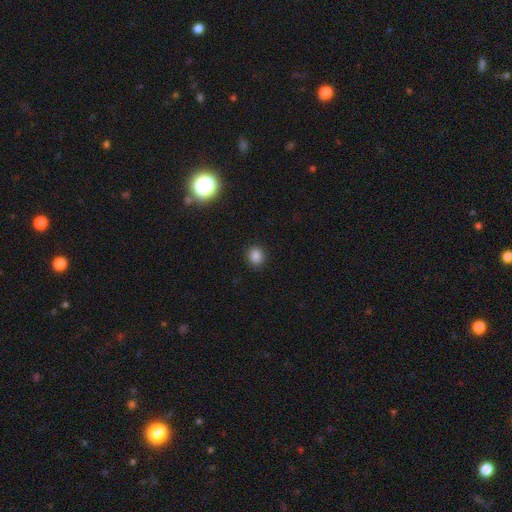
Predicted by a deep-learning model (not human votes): The model was most divided on "how rounded": round: 72%, in between: 27%, cigar-shaped: 1%. More confident: merging — none (89%); smooth or featured — smooth (84%).